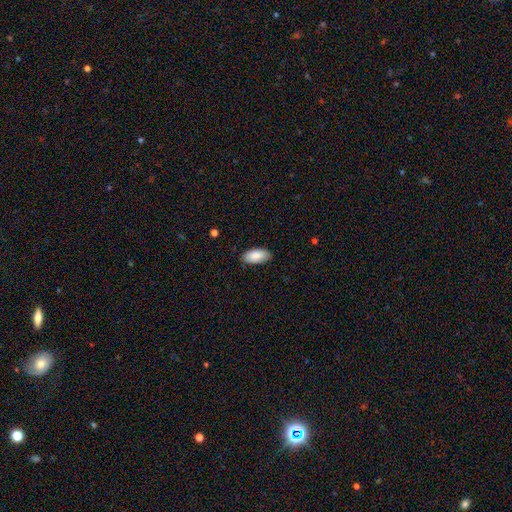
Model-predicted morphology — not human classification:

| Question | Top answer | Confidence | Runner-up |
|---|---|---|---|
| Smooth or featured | smooth | 87% | featured or disk (7%) |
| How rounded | in between | 93% | cigar-shaped (5%) |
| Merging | none | 86% | minor disturbance (11%) |